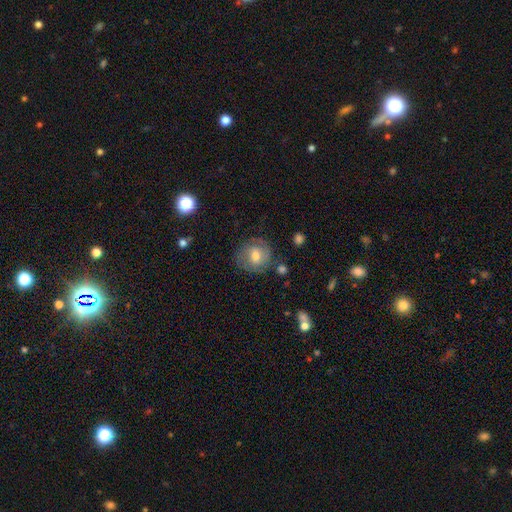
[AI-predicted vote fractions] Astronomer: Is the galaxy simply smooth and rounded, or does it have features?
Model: smooth — 50% (runner-up: featured or disk, 41%).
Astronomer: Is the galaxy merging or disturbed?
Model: none — 74%.